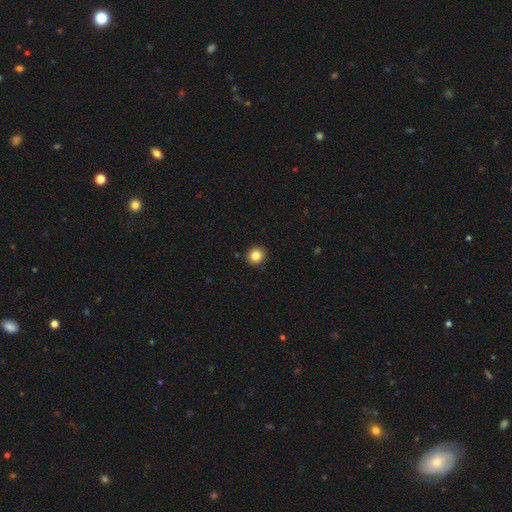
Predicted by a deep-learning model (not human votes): smooth-or-featured: smooth: 84% | star or artifact: 10% | featured or disk: 6%
  how-rounded: round: 87% | in between: 12% | cigar-shaped: 1%
  merging: none: 93% | minor disturbance: 5% | major disturbance: 1% | merger: 1%